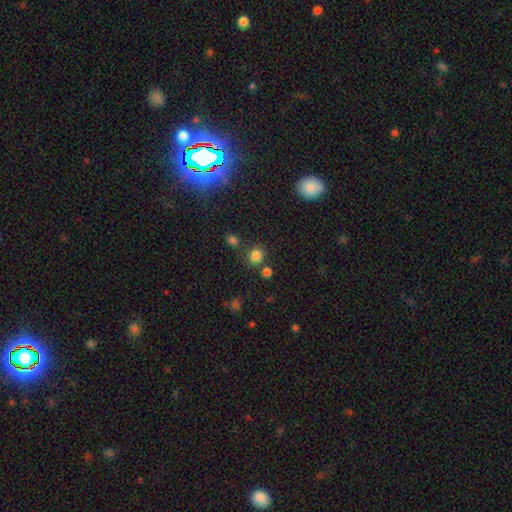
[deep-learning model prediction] smooth_or_featured: smooth (p=0.80) [alt: star or artifact p=0.15]
how_rounded: round (p=0.87) [alt: in between p=0.12]
merging: none (p=0.77) [alt: merger p=0.11]